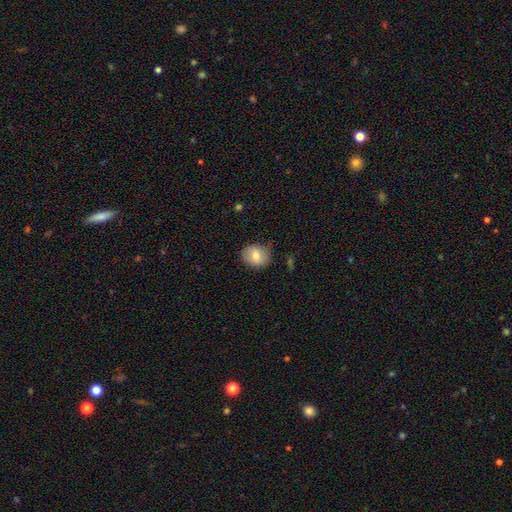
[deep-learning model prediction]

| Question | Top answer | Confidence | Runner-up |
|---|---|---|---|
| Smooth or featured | smooth | 76% | featured or disk (16%) |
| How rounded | round | 69% | in between (30%) |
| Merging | none | 83% | minor disturbance (13%) |